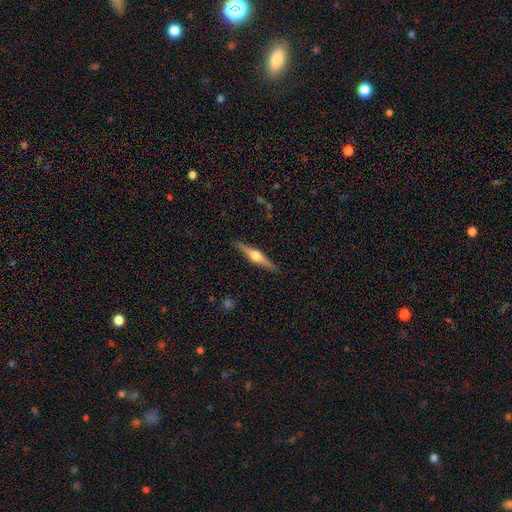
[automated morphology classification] type=featured or disk (73%); edge-on=yes (98%); edge-on bulge=rounded (94%); merging=none (91%).